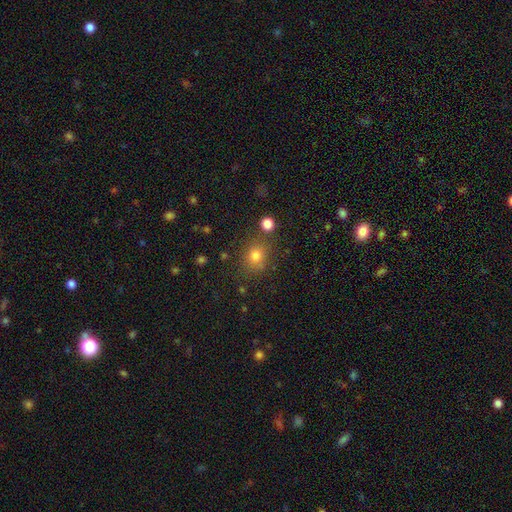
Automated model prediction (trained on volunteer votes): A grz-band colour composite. It shows a smooth galaxy with no disk features (78%) that is round (73%). Merging: none (74%).